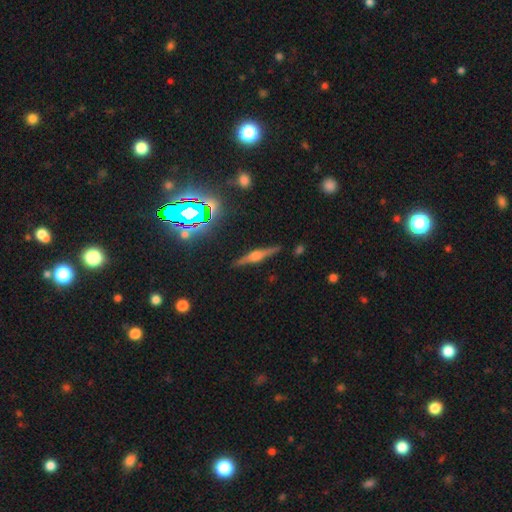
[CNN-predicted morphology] featured or disk 72%, smooth 16%, star or artifact 12%. Down the decision tree: edge-on disk — yes (97%); edge-on bulge — rounded (82%); merging — none (87%).